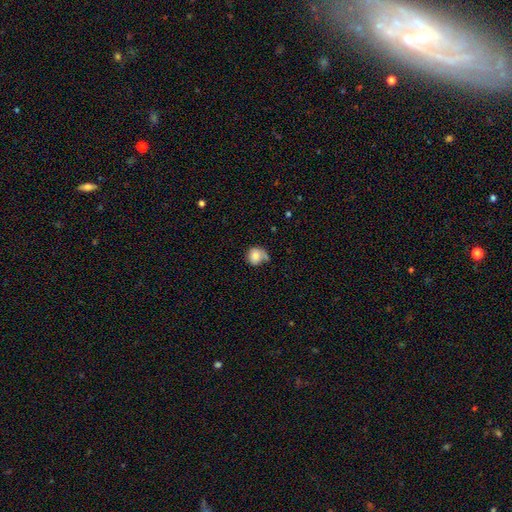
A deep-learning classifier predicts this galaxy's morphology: Q: Smooth or featured?
A: smooth (77%); runner-up: featured or disk (14%)
Q: How rounded?
A: round (81%); runner-up: in between (18%)
Q: Merging?
A: none (45%); runner-up: minor disturbance (28%)